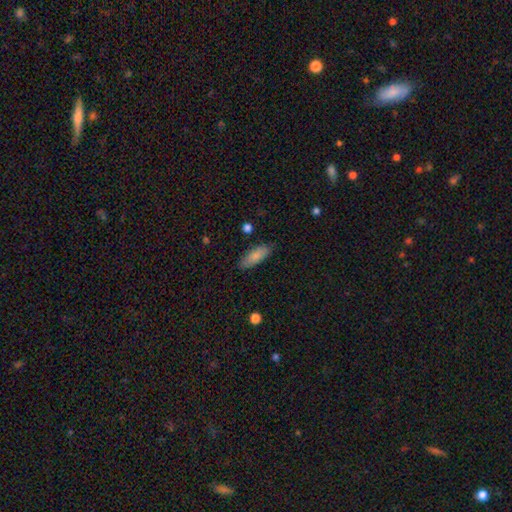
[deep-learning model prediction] This is clearly a smooth galaxy (84%). How rounded: likely in between (70%). Merging: clearly none (83%).